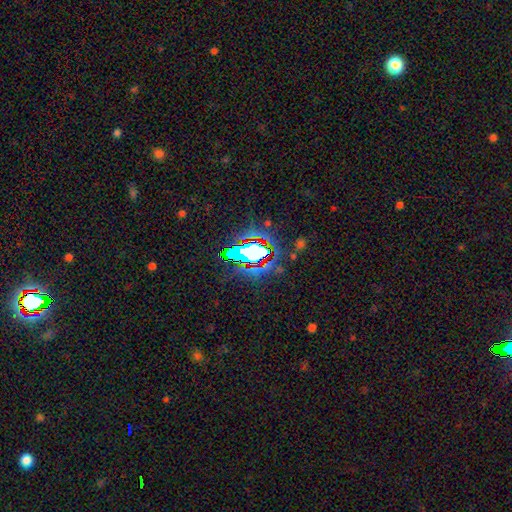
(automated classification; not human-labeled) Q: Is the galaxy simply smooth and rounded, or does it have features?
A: star or artifact — 81%.